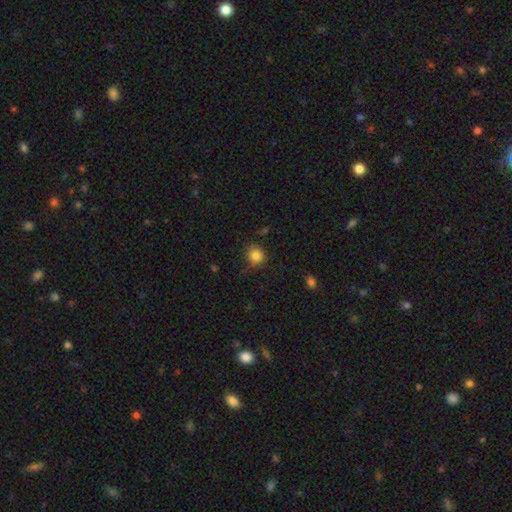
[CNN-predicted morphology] Smooth or featured? Predicted: smooth (p=0.83). How rounded? Predicted: round (p=0.88). Merging? Predicted: none (p=0.80).